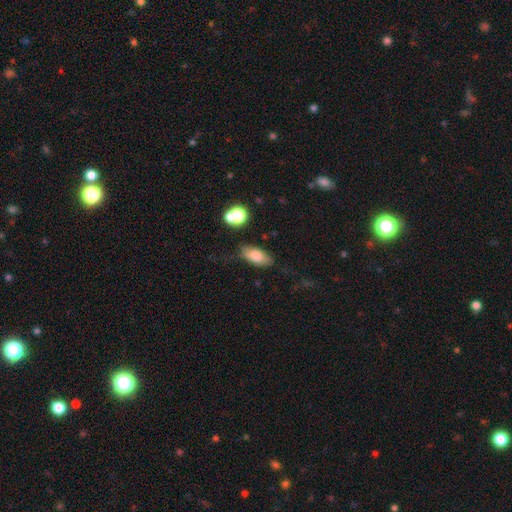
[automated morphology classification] The model was most divided on "merging": none: 70%, minor disturbance: 20%, major disturbance: 6%, merger: 4%. More confident: how rounded — in between (85%); smooth or featured — smooth (75%).